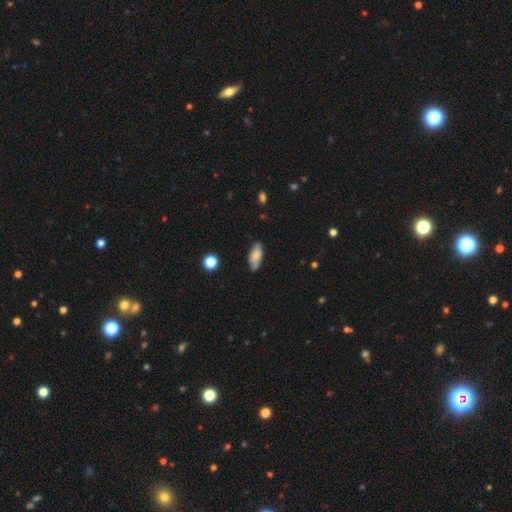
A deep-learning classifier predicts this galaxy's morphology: A smooth galaxy with no disk features (77%) that is in between round and cigar-shaped (88%).

Vote fractions:
- Smooth or featured? smooth: 77% / featured or disk: 16% / star or artifact: 7%
- How rounded? in between: 88% / cigar-shaped: 9% / round: 2%
- Merging? none: 71% / minor disturbance: 23% / major disturbance: 4% / merger: 2%